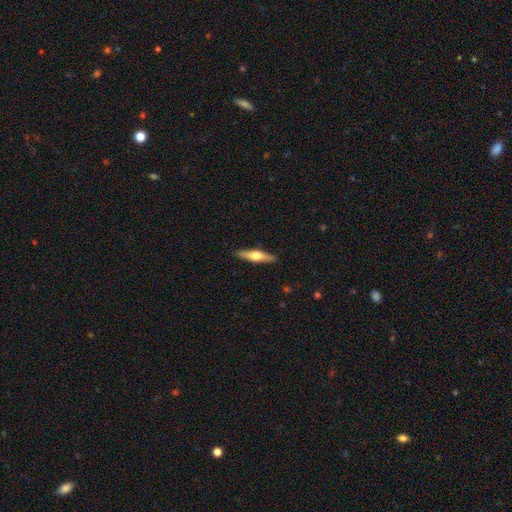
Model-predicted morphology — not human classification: A smooth galaxy with no disk features (47%, tied with featured or disk).

Vote fractions:
- Smooth or featured? smooth: 47% (tied) / featured or disk: 47% (tied) / star or artifact: 5%
- Merging? none: 90% / minor disturbance: 7% / major disturbance: 2% / merger: 1%